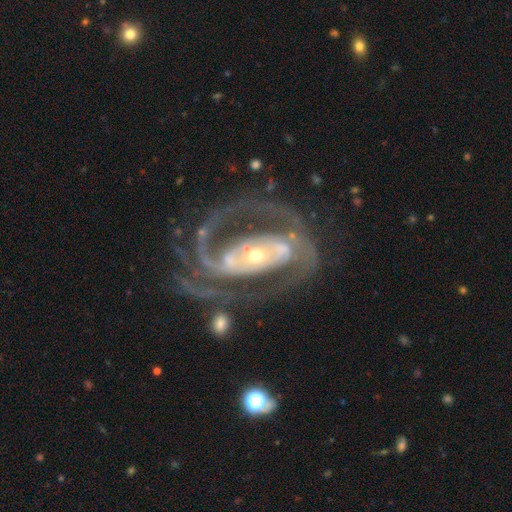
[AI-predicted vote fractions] smooth_or_featured: featured or disk (p=0.90) [alt: star or artifact p=0.05]
disk_edge_on: no (p=0.97) [alt: yes p=0.03]
bar: no (p=0.41) [alt: strong p=0.35]
has_spiral_arms: yes (p=0.95) [alt: no p=0.05]
spiral_winding: medium (p=0.46) [alt: tight p=0.39]
spiral_arm_count: 2 (p=0.63) [alt: 3 p=0.13]
bulge_size: small (p=0.61) [alt: moderate p=0.32]
merging: none (p=0.53) [alt: major disturbance p=0.21]